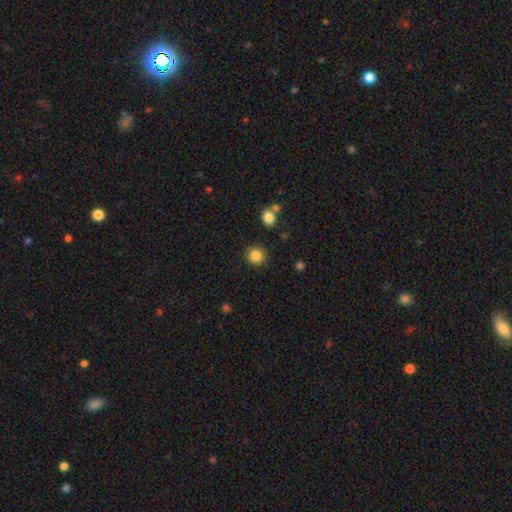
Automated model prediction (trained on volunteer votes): smooth 86%, star or artifact 10%, featured or disk 4%. Down the decision tree: how rounded — round (92%); merging — none (89%).